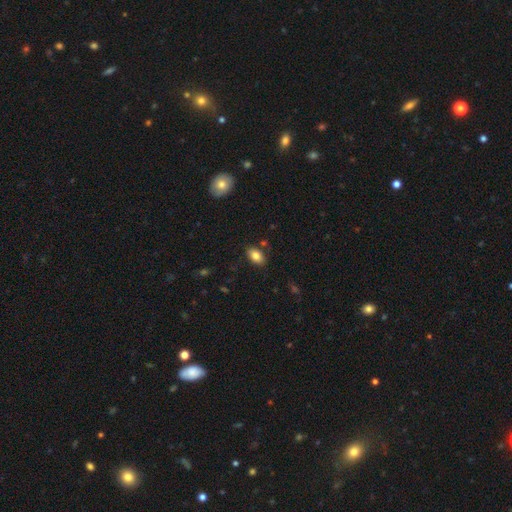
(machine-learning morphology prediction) Q: Smooth or featured?
A: smooth (83%); runner-up: featured or disk (9%)
Q: How rounded?
A: in between (90%); runner-up: round (8%)
Q: Merging?
A: none (82%); runner-up: minor disturbance (12%)